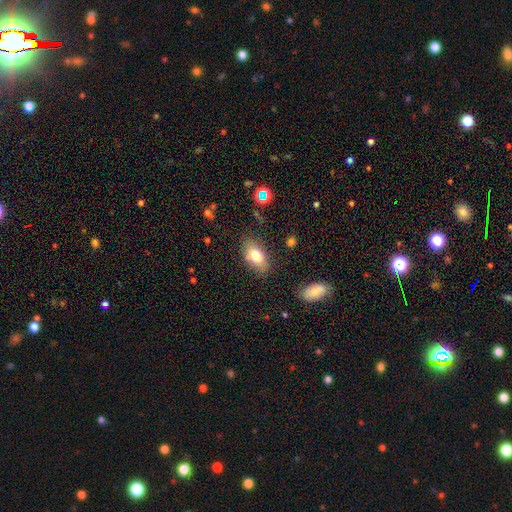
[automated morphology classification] Smooth or featured: smooth — 76% (featured or disk — 16%)
How rounded: in between — 89% (round — 7%)
Merging: none — 79% (minor disturbance — 15%)